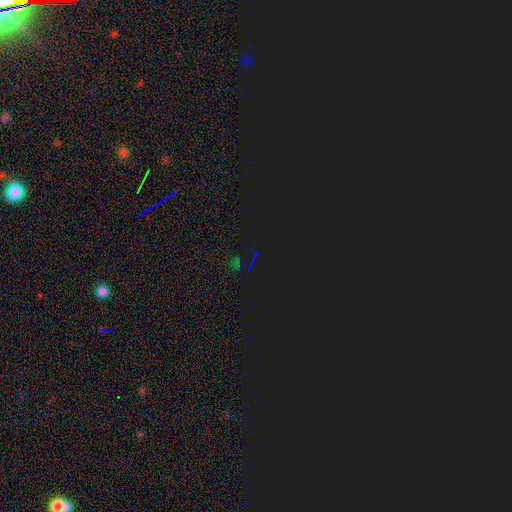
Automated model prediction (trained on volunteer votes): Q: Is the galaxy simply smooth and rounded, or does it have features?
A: star or artifact — 82%.